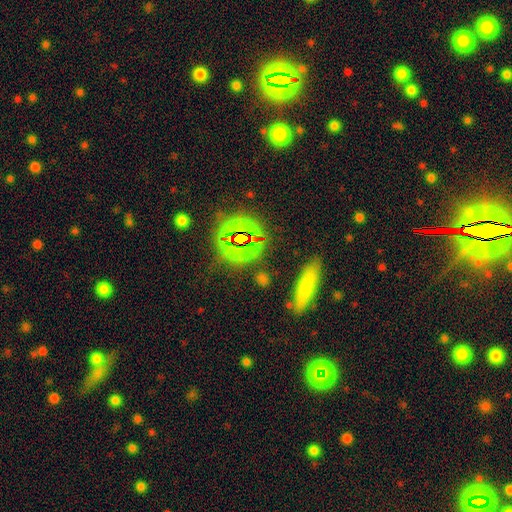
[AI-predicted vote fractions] A star or artifact, not a galaxy (62%).